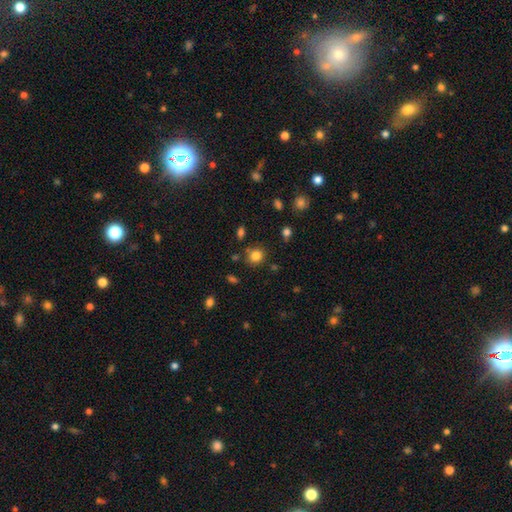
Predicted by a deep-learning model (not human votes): smooth 83%, star or artifact 12%, featured or disk 6%. Down the decision tree: how rounded — round (79%); merging — none (80%).